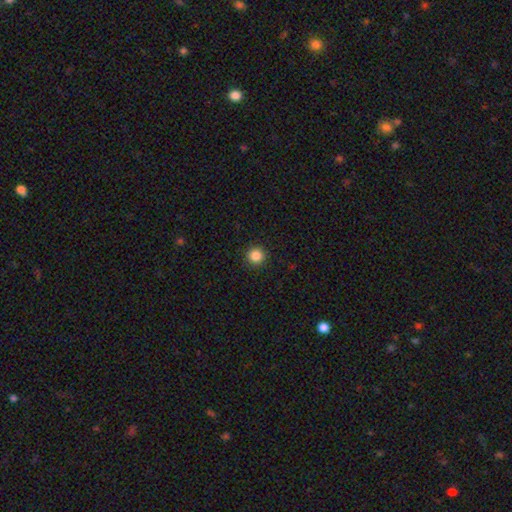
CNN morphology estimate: A smooth galaxy with no disk features (86%) that is round (95%). Merging: none (93%).